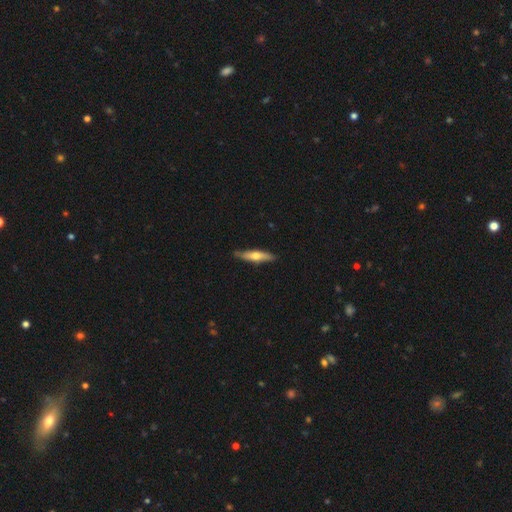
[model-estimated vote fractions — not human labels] smooth-or-featured: smooth: 52% | featured or disk: 43% | star or artifact: 5%
  how-rounded: cigar-shaped: 77% | in between: 21% | round: 2%
  merging: none: 82% | minor disturbance: 14% | major disturbance: 2% | merger: 2%